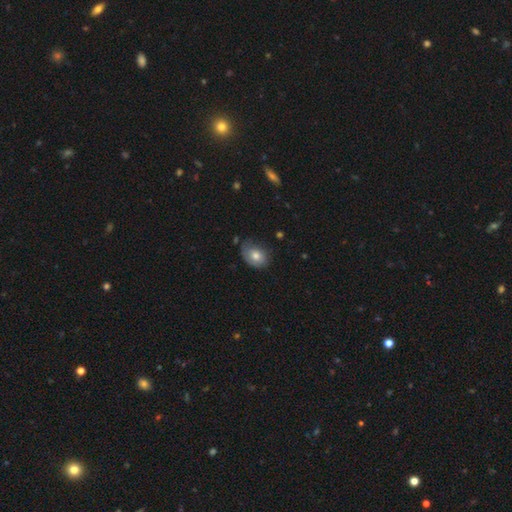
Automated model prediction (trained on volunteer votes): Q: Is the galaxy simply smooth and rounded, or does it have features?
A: smooth — 75%.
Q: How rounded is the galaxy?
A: in between — 73%.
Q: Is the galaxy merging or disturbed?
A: none — 59%.